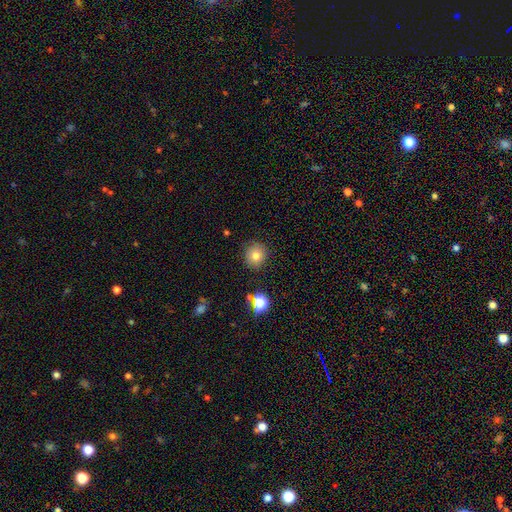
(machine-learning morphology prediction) This is likely a smooth galaxy (78%). How rounded: clearly round (90%). Merging: clearly none (87%).